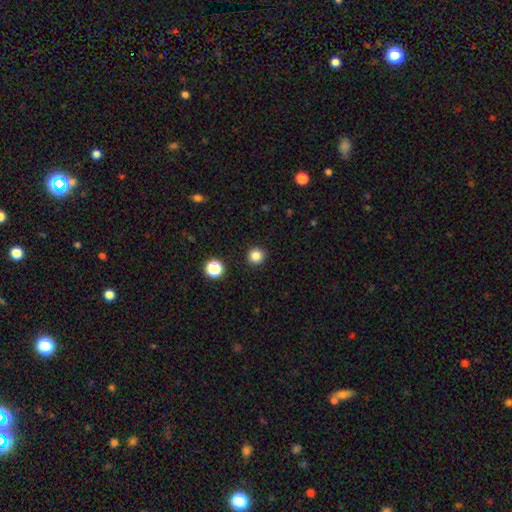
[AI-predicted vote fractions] This appears to be a smooth galaxy with no disk features (84%) that is round (95%). Merging: none (92%).